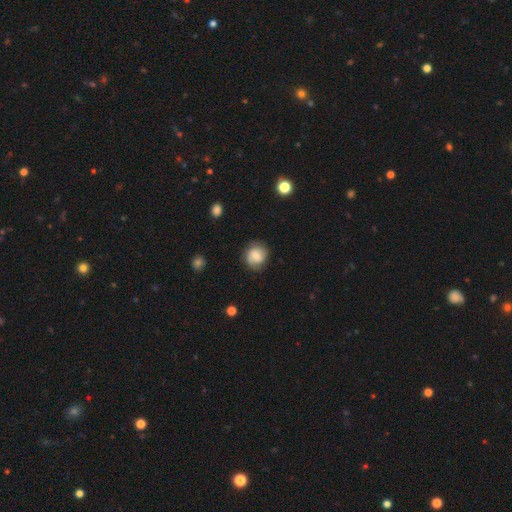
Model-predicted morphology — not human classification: Smooth or featured?
  - smooth: 67% *
  - featured or disk: 24%
  - star or artifact: 9%
How rounded?
  - round: 85% *
  - in between: 14%
  - cigar-shaped: 1%
Merging?
  - none: 80% *
  - minor disturbance: 15%
  - major disturbance: 4%
  - merger: 1%